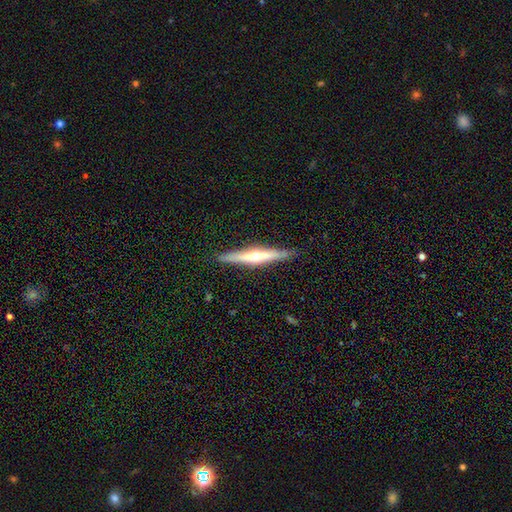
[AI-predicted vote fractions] Overall: featured or disk (70%). Edge-on disk: yes (96%). Edge-on bulge: rounded (89%). Merging: none (89%).